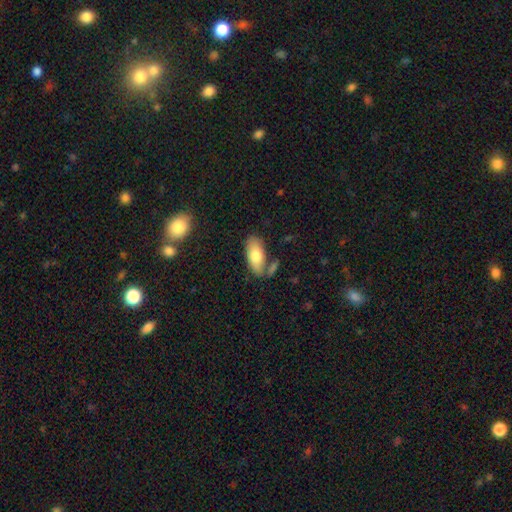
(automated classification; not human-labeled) Smooth or featured: smooth — 77% (featured or disk — 17%)
How rounded: in between — 90% (cigar-shaped — 8%)
Merging: none — 70% (minor disturbance — 16%)